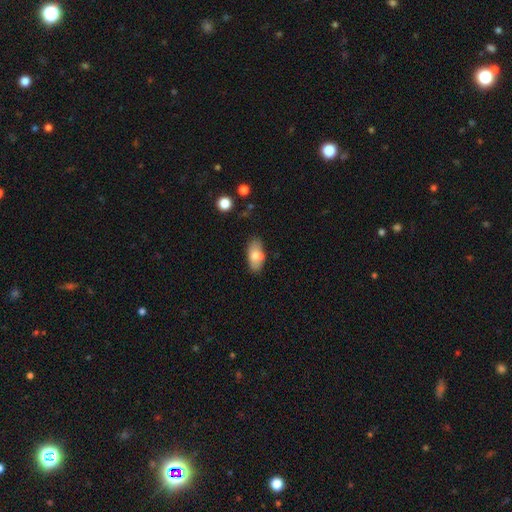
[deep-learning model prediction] A smooth galaxy with no disk features (77%) that is in between round and cigar-shaped (90%).

Vote fractions:
- Smooth or featured? smooth: 77% / featured or disk: 16% / star or artifact: 7%
- How rounded? in between: 90% / cigar-shaped: 7% / round: 3%
- Merging? none: 71% / minor disturbance: 19% / merger: 6% / major disturbance: 4%